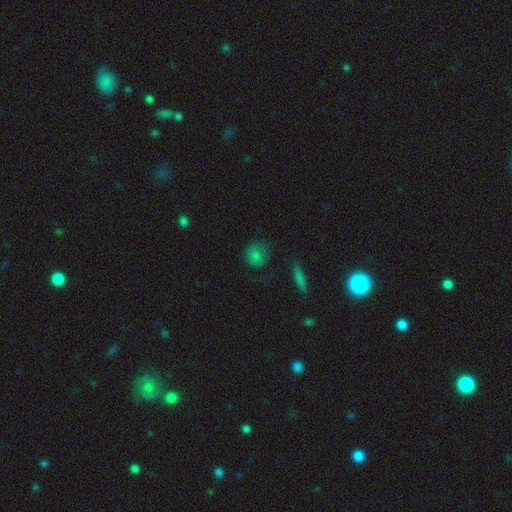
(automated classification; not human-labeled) A smooth galaxy with no disk features (78%) that is round (82%). Merging: none (63%).